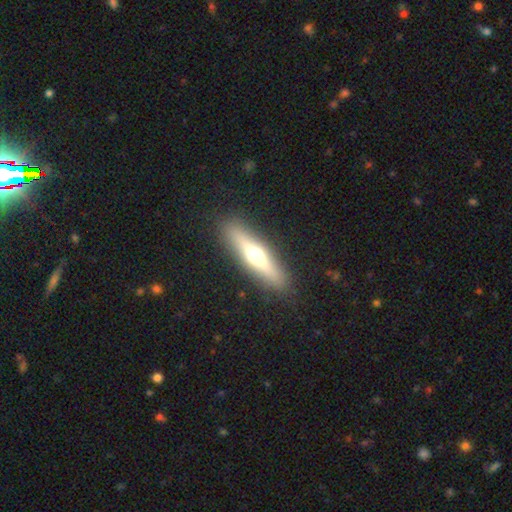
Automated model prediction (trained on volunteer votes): Smooth or featured: featured or disk — 51% (smooth — 41%)
Edge-on disk: yes — 87% (no — 13%)
Merging: none — 89% (minor disturbance — 8%)